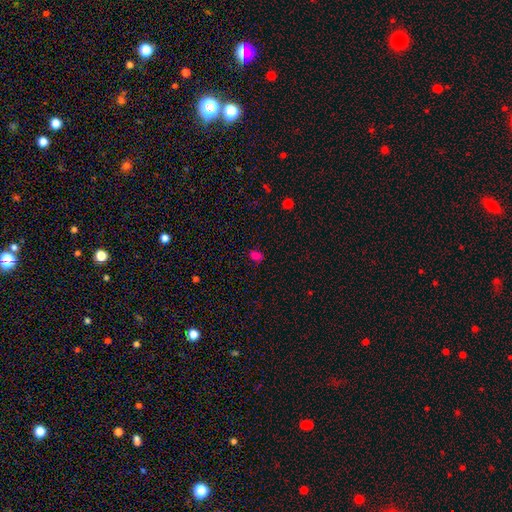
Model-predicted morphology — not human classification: Smooth or featured? Predicted: smooth (p=0.74). How rounded? Predicted: in between (p=0.67). Merging? Predicted: none (p=0.78).